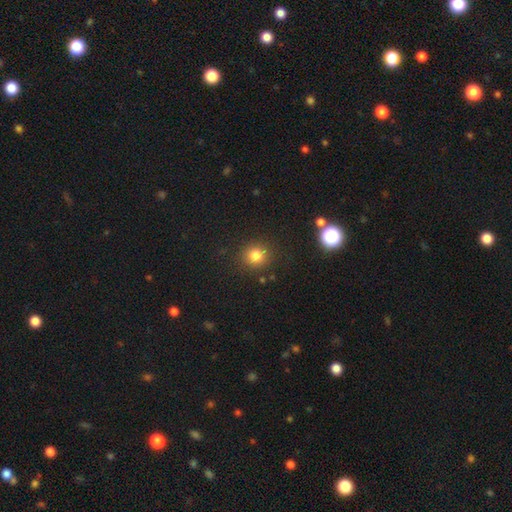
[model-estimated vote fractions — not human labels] smooth 79%, star or artifact 15%, featured or disk 6%. Down the decision tree: how rounded — round (89%); merging — none (85%).